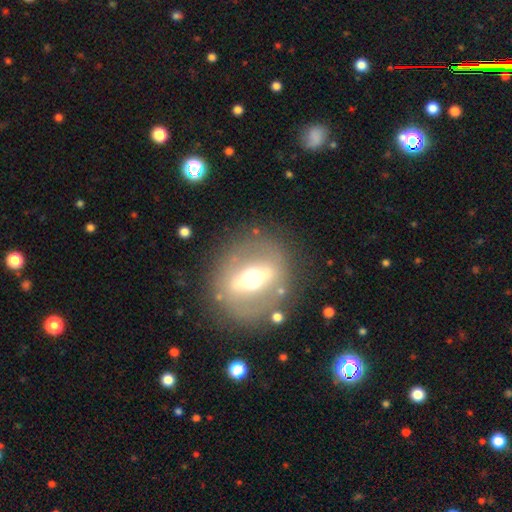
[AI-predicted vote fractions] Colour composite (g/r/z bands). It shows a featured or disk galaxy (69%). Merging: none (78%).